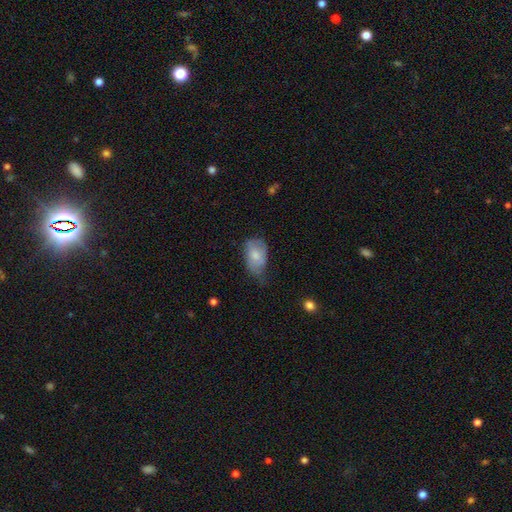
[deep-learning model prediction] The model was most divided on "merging": minor disturbance: 45%, none: 32%, major disturbance: 21%, merger: 2%. More confident: how rounded — in between (88%); smooth or featured — smooth (68%).